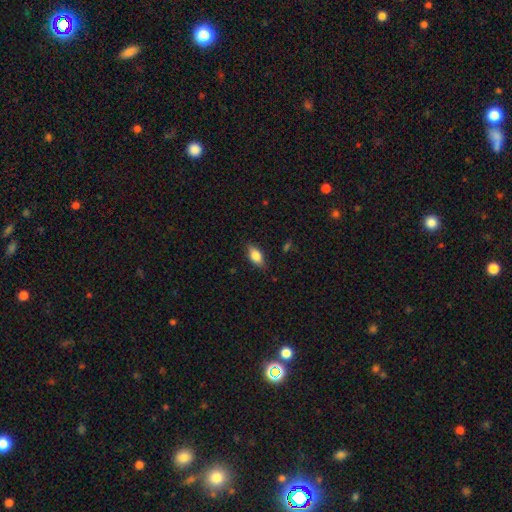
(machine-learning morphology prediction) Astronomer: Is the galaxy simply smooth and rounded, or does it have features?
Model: smooth — 80%.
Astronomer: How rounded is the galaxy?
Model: in between — 86%.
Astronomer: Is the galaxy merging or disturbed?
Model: none — 82%.